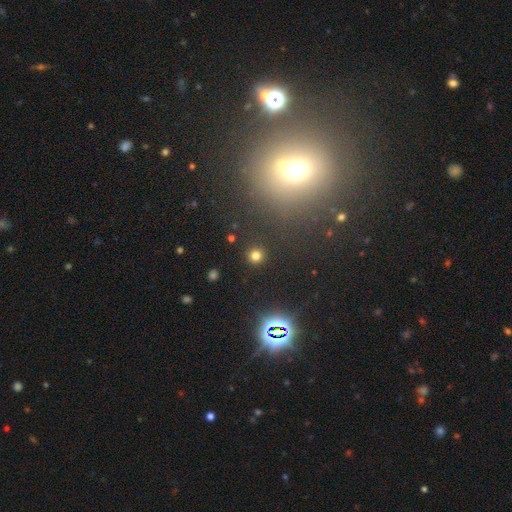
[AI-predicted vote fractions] A smooth galaxy with no disk features (77%) that is round (93%). Merging: none (91%).